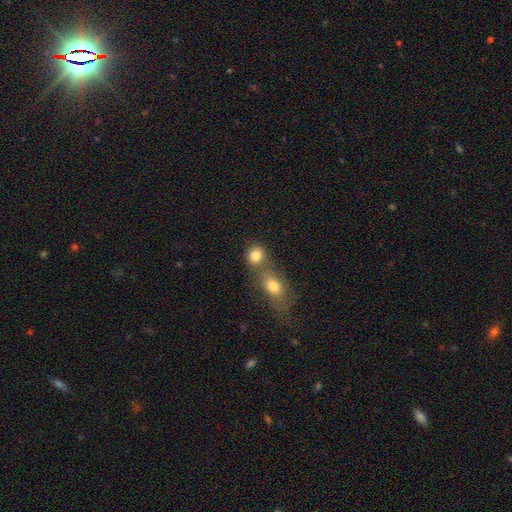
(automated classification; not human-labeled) Smooth or featured? smooth (82%)
How rounded? round (73%)
Merging? merger (46%)